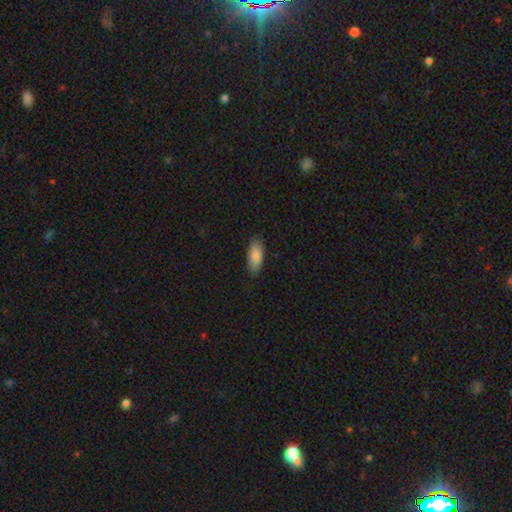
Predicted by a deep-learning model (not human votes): A smooth galaxy with no disk features (86%) that is in between round and cigar-shaped (86%).

Vote fractions:
- Smooth or featured? smooth: 86% / featured or disk: 9% / star or artifact: 6%
- How rounded? in between: 86% / cigar-shaped: 12% / round: 2%
- Merging? none: 83% / minor disturbance: 13% / major disturbance: 2% / merger: 1%